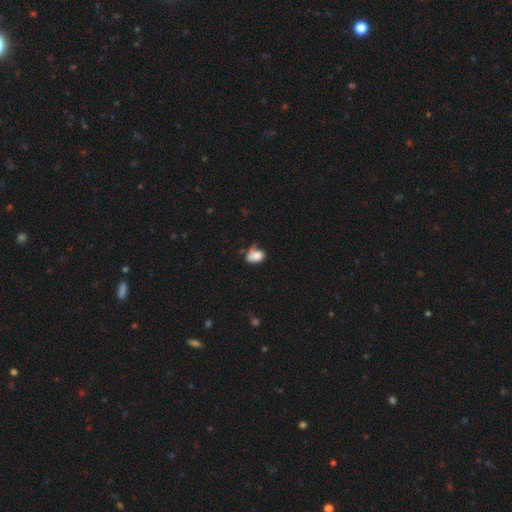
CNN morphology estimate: The model was most divided on "merging": none: 41%, minor disturbance: 38%, major disturbance: 14%, merger: 6%. More confident: smooth or featured — smooth (81%); how rounded — in between (76%).